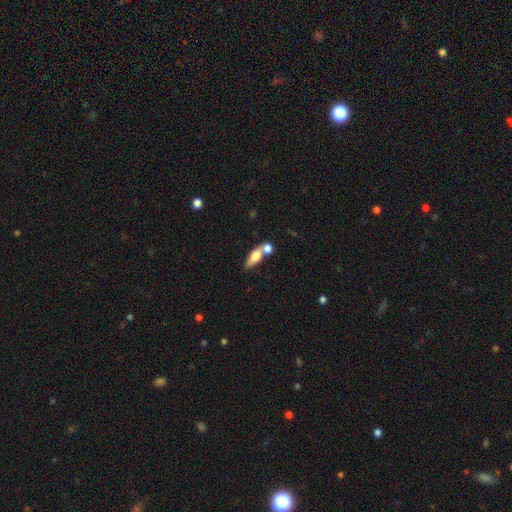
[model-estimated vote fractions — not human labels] Overall: smooth (63%; featured or disk 29%). How rounded: in between (67%). Merging: merger (44%; none 40%).